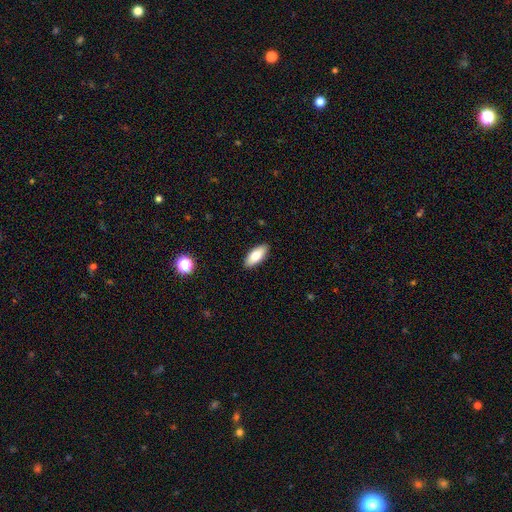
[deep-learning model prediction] A smooth galaxy with no disk features (79%) that is in between round and cigar-shaped (84%). Merging: none (90%).